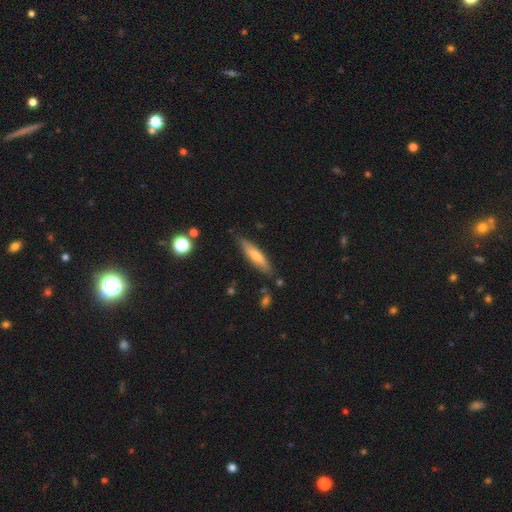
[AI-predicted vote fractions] Smooth or featured?
  - smooth: 57% *
  - featured or disk: 36%
  - star or artifact: 7%
How rounded?
  - cigar-shaped: 80% *
  - in between: 19%
  - round: 2%
Merging?
  - none: 82% *
  - minor disturbance: 13%
  - merger: 2%
  - major disturbance: 2%